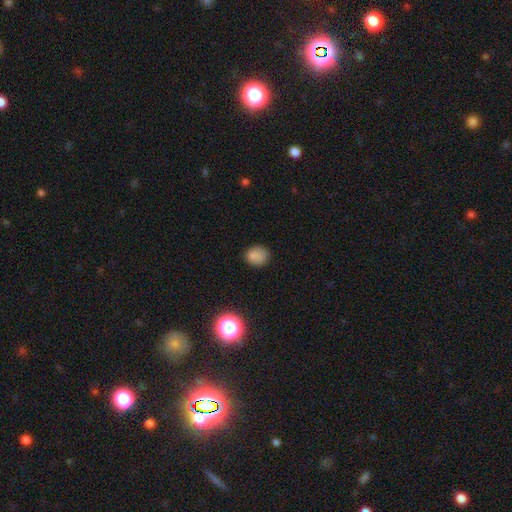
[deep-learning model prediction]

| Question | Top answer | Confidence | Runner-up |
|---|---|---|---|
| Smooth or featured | smooth | 79% | star or artifact (15%) |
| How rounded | round | 70% | in between (29%) |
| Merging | none | 79% | minor disturbance (15%) |